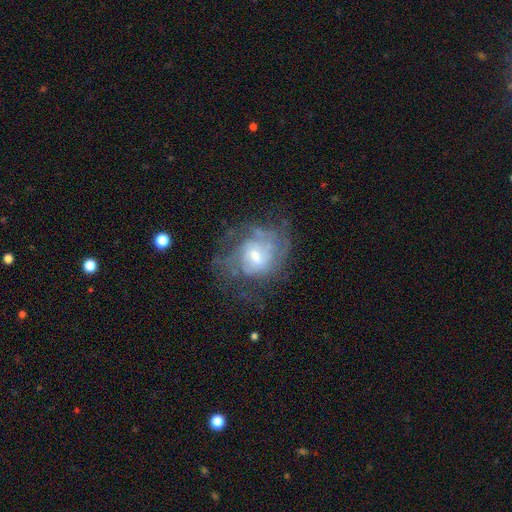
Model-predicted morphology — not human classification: smooth_or_featured: featured or disk (p=0.72) [alt: smooth p=0.19]
disk_edge_on: no (p=0.97) [alt: yes p=0.03]
bar: weak (p=0.47) [alt: no p=0.45]
has_spiral_arms: yes (p=0.76) [alt: no p=0.24]
spiral_winding: tight (p=0.47) [alt: medium p=0.37]
spiral_arm_count: can't tell (p=0.54) [alt: 2 p=0.17]
bulge_size: moderate (p=0.48) [alt: small p=0.38]
merging: none (p=0.53) [alt: major disturbance p=0.23]